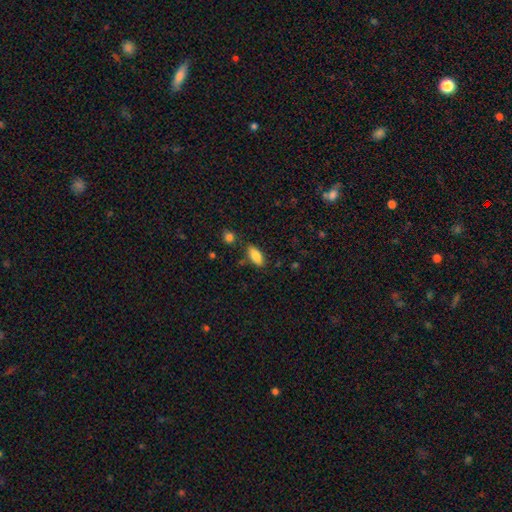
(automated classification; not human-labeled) A smooth galaxy with no disk features (85%) that is in between round and cigar-shaped (84%).

Vote fractions:
- Smooth or featured? smooth: 85% / featured or disk: 8% / star or artifact: 7%
- How rounded? in between: 84% / cigar-shaped: 13% / round: 2%
- Merging? none: 79% / minor disturbance: 14% / merger: 4% / major disturbance: 3%